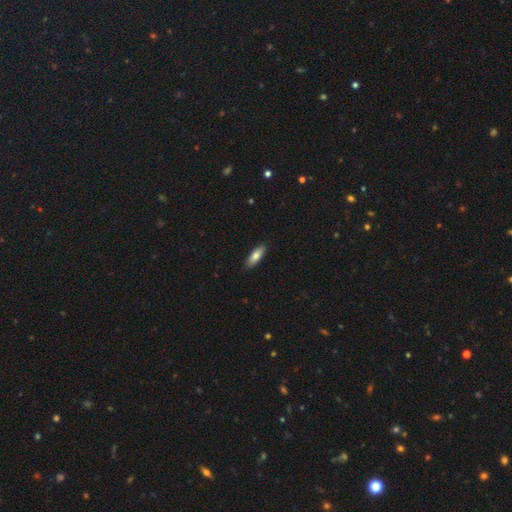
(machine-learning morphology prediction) Overall: smooth (80%). How rounded: in between (64%; cigar-shaped 34%). Merging: none (89%).